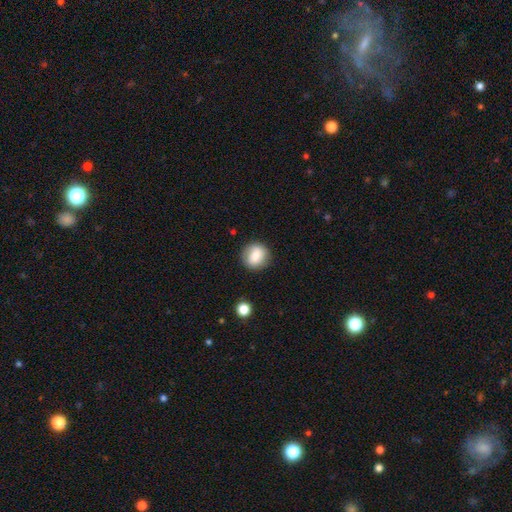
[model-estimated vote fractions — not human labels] This is likely a smooth galaxy (76%). How rounded: clearly round (84%). Merging: clearly none (85%).